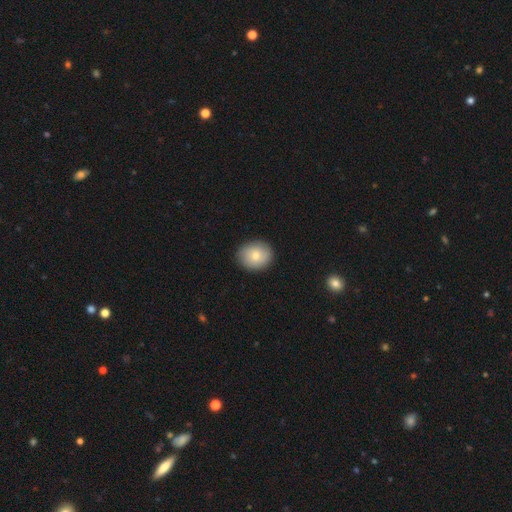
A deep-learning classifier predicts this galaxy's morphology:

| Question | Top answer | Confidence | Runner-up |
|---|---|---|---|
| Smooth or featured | smooth | 76% | featured or disk (17%) |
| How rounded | round | 63% | in between (36%) |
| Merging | none | 88% | minor disturbance (9%) |